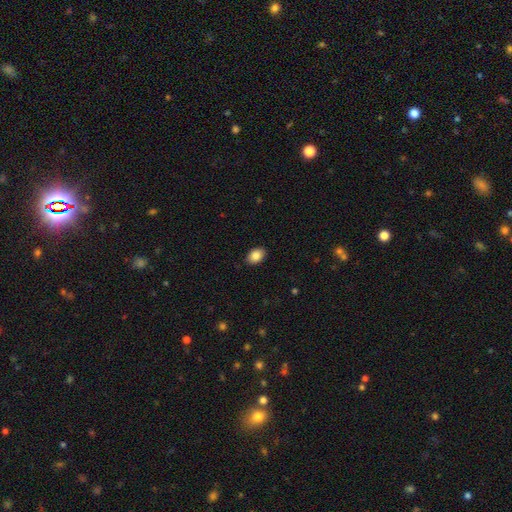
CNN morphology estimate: type=smooth (87%); roundness=in between (83%); merging=none (88%).